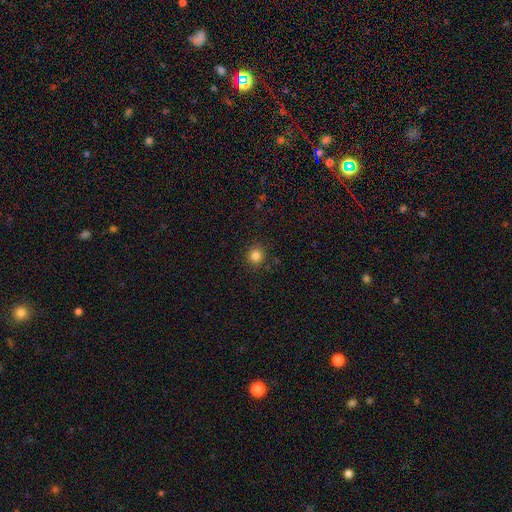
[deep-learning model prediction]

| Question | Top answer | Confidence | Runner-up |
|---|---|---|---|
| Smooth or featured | smooth | 84% | star or artifact (12%) |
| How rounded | round | 90% | in between (9%) |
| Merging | none | 89% | minor disturbance (7%) |